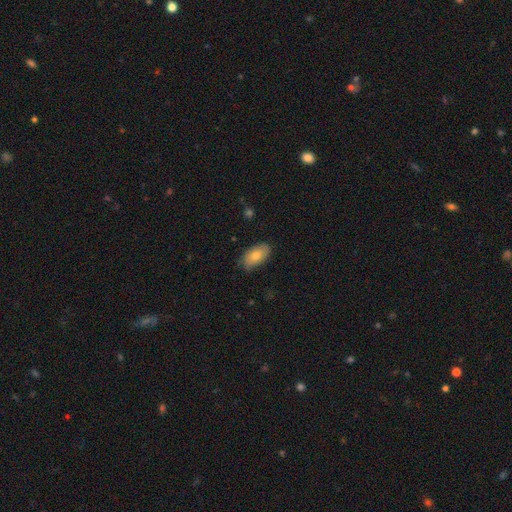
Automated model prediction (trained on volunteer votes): A smooth galaxy with no disk features (77%) that is in between round and cigar-shaped (93%). Merging: none (78%).